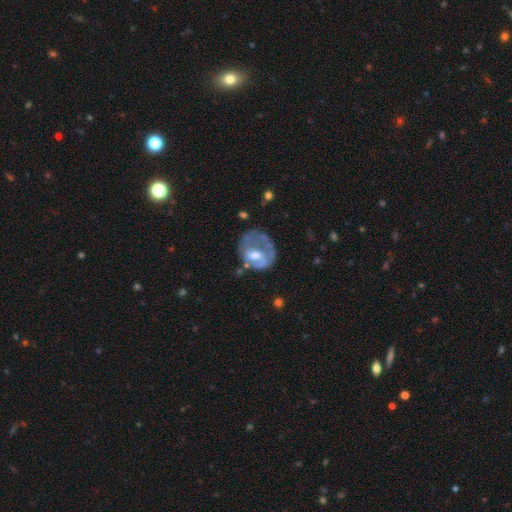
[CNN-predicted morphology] A featured or disk galaxy (59%) with no bar (60%), no spiral arms (59%) and a moderate central bulge (62%). Merging: major disturbance (35%, tied with none).